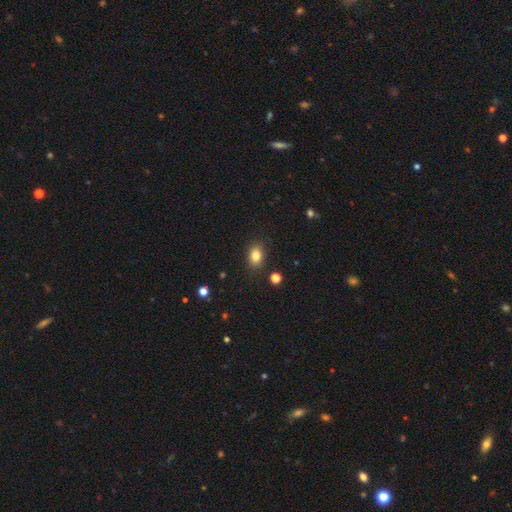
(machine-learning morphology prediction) This is clearly a smooth galaxy (83%). How rounded: likely in between (73%). Merging: clearly none (85%).